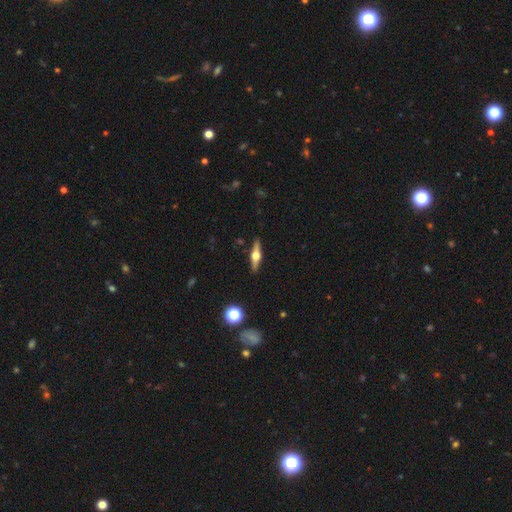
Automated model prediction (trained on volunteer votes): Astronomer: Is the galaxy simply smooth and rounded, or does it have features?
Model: featured or disk — 74%.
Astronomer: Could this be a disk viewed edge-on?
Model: yes — 97%.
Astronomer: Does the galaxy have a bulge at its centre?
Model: rounded — 96%.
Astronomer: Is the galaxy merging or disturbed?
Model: none — 90%.